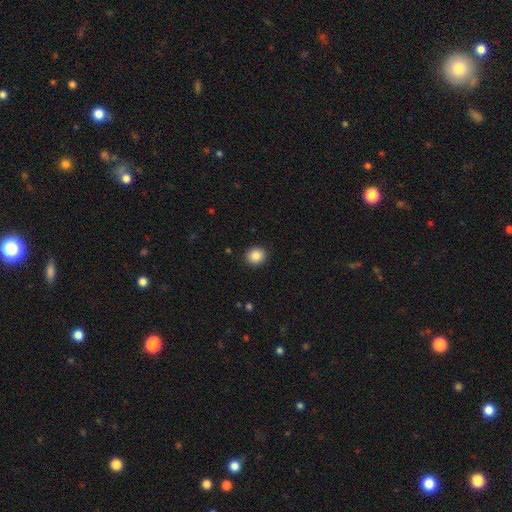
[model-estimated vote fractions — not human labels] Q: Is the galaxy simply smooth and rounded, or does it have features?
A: smooth — 87%.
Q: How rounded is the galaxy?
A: round — 83%.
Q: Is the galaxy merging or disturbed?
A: none — 92%.